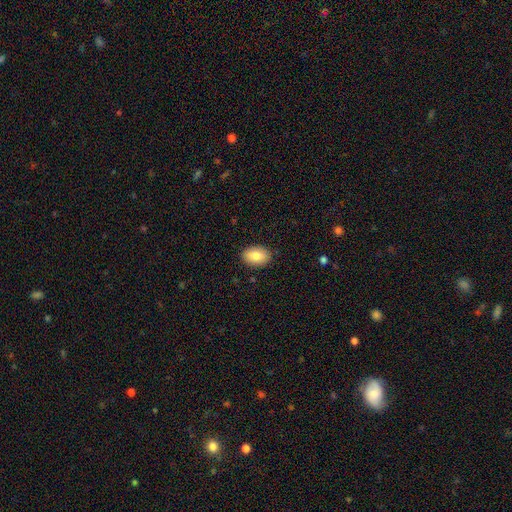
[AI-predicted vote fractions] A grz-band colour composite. It shows a smooth galaxy with no disk features (84%) that is in between round and cigar-shaped (86%). Merging: none (88%).